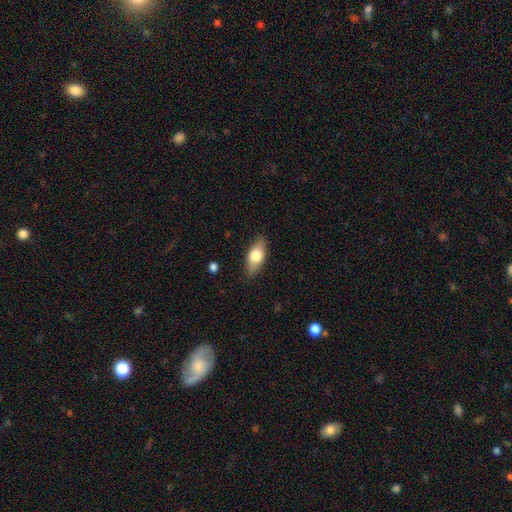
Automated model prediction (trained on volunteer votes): The model was most divided on "smooth or featured": smooth: 72%, featured or disk: 21%, star or artifact: 6%. More confident: merging — none (85%); how rounded — in between (83%).